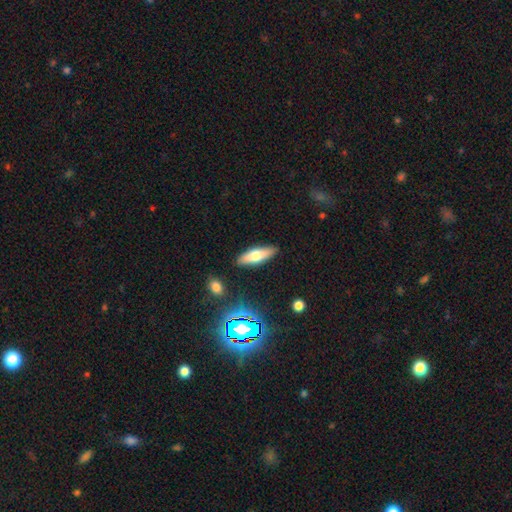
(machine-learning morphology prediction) This is likely a smooth galaxy (60%). How rounded: possibly in between (50%). Merging: clearly none (87%).